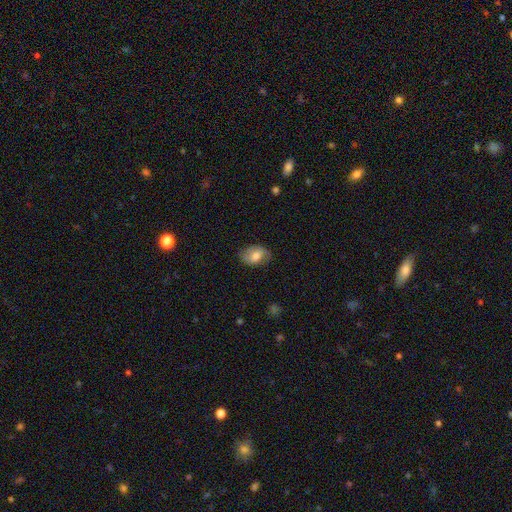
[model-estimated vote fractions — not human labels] Morphology: type=smooth (62%); roundness=in between (80%); merging=none (73%).